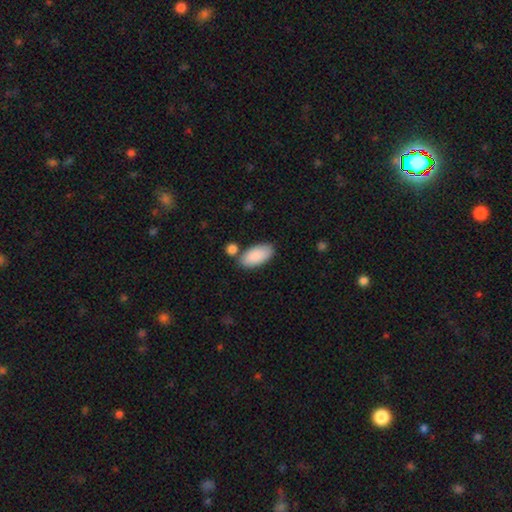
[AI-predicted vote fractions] This appears to be a smooth galaxy with no disk features (89%) that is in between round and cigar-shaped (94%). Merging: none (72%).